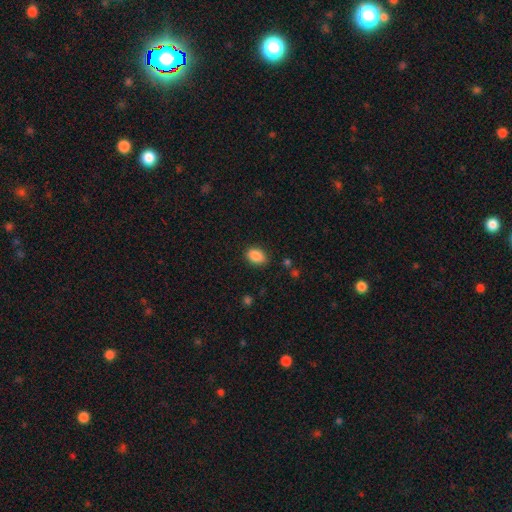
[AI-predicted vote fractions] This is clearly a smooth galaxy (88%). How rounded: clearly in between (81%). Merging: clearly none (86%).